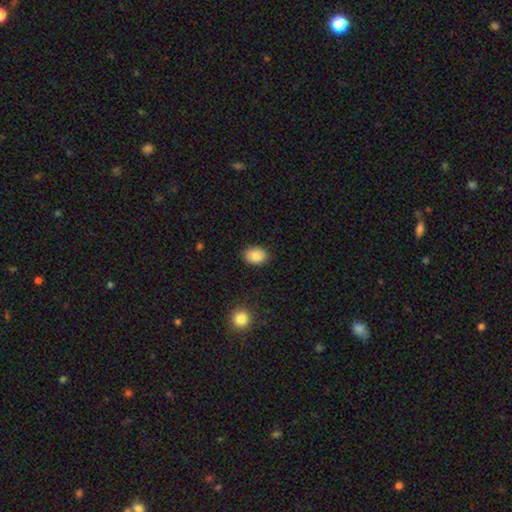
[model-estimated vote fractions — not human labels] This appears to be a smooth galaxy with no disk features (86%) that is in between round and cigar-shaped (63%). Merging: none (87%).